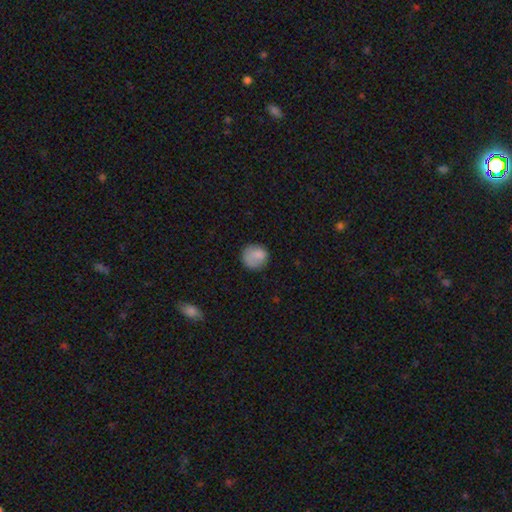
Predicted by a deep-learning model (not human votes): The model was most divided on "merging": none: 71%, minor disturbance: 19%, major disturbance: 8%, merger: 2%. More confident: how rounded — round (85%); smooth or featured — smooth (82%).